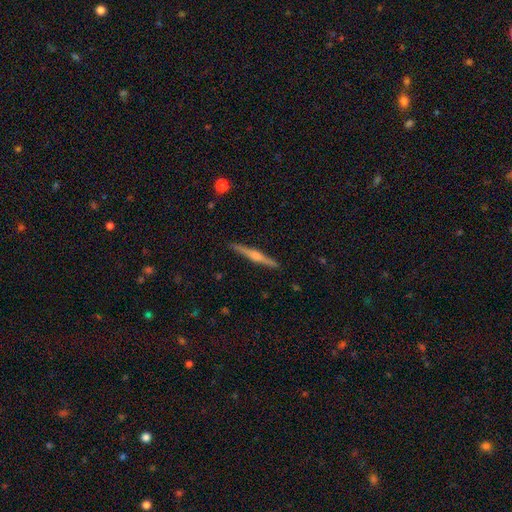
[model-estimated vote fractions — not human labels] Smooth or featured?
  - featured or disk: 73% *
  - smooth: 21%
  - star or artifact: 6%
Edge-on disk?
  - yes: 98% *
  - no: 2%
Edge-on bulge?
  - rounded: 78% *
  - boxy: 15%
  - none: 8%
Merging?
  - none: 91% *
  - minor disturbance: 6%
  - major disturbance: 1%
  - merger: 1%